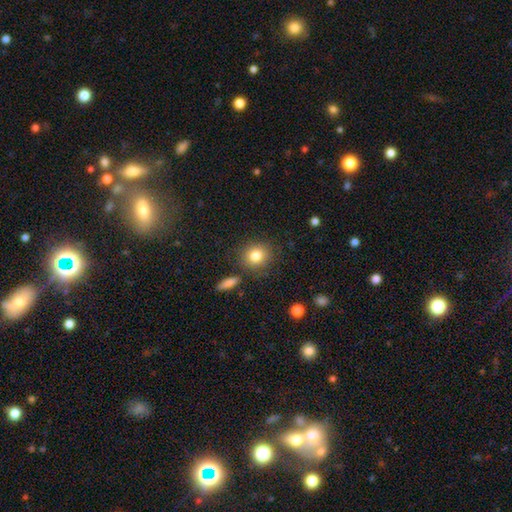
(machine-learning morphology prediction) smooth-or-featured: smooth: 82% | star or artifact: 10% | featured or disk: 8%
  how-rounded: round: 80% | in between: 19% | cigar-shaped: 1%
  merging: none: 83% | minor disturbance: 10% | merger: 4% | major disturbance: 3%